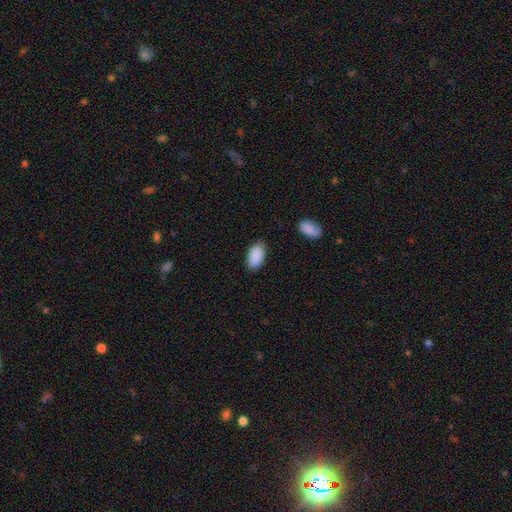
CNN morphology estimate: Smooth or featured? smooth (91%)
How rounded? in between (95%)
Merging? none (83%)